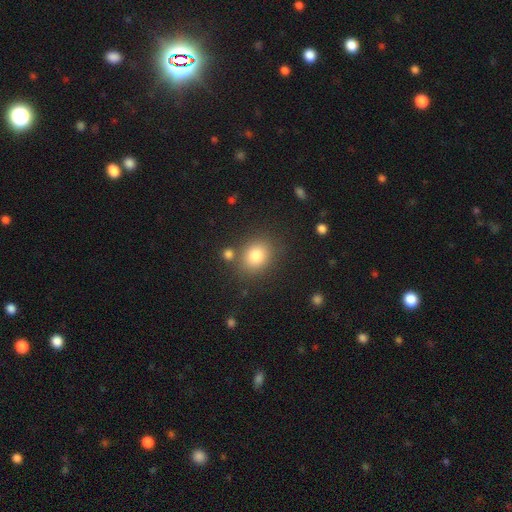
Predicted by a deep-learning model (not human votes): The model was most divided on "how rounded": round: 62%, in between: 37%, cigar-shaped: 1%. More confident: smooth or featured — smooth (81%); merging — none (76%).